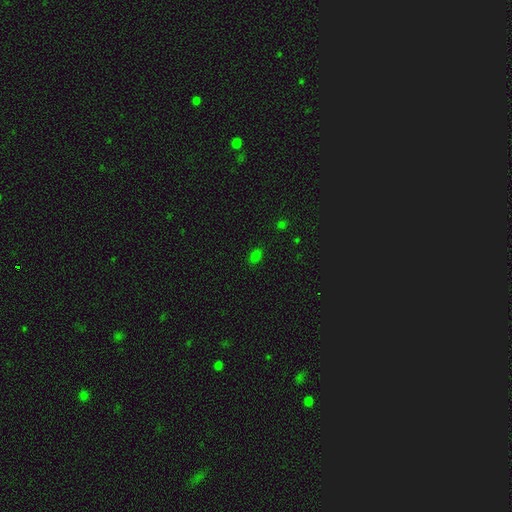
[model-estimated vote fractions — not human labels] Smooth or featured?
  - smooth: 76% *
  - star or artifact: 20%
  - featured or disk: 4%
How rounded?
  - in between: 85% *
  - round: 13%
  - cigar-shaped: 2%
Merging?
  - none: 85% *
  - minor disturbance: 11%
  - major disturbance: 3%
  - merger: 2%